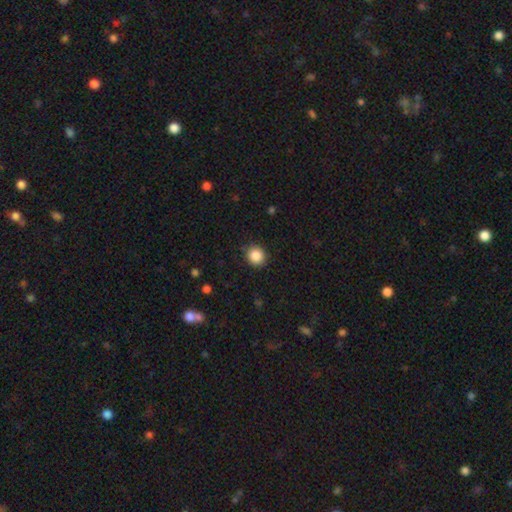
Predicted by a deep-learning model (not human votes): This is clearly a smooth galaxy (87%). How rounded: clearly round (88%). Merging: clearly none (89%).